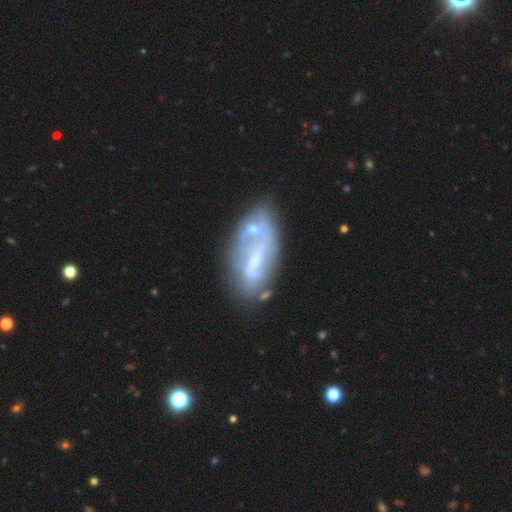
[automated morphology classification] Smooth or featured?
  - featured or disk: 66% *
  - smooth: 25%
  - star or artifact: 9%
Edge-on disk?
  - no: 91% *
  - yes: 9%
Bar?
  - no: 43% *
  - weak: 35%
  - strong: 22%
Spiral arms?
  - no: 56% *
  - yes: 44%
Bulge size?
  - small: 37% *
  - none: 33%
  - moderate: 25%
  - large: 3%
  - dominant: 1%
Merging?
  - none: 51% *
  - minor disturbance: 21%
  - merger: 14%
  - major disturbance: 14%